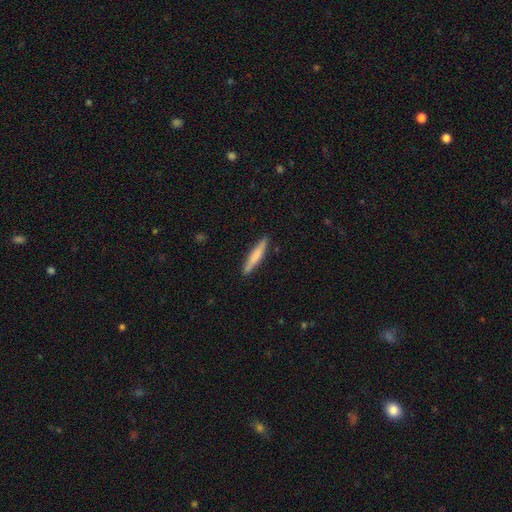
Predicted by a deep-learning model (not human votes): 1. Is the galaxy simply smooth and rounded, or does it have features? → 68% smooth, 26% featured or disk, 6% star or artifact.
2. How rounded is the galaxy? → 93% cigar-shaped, 6% in between, 1% round.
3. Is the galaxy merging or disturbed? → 90% none, 7% minor disturbance, 1% major disturbance, 1% merger.